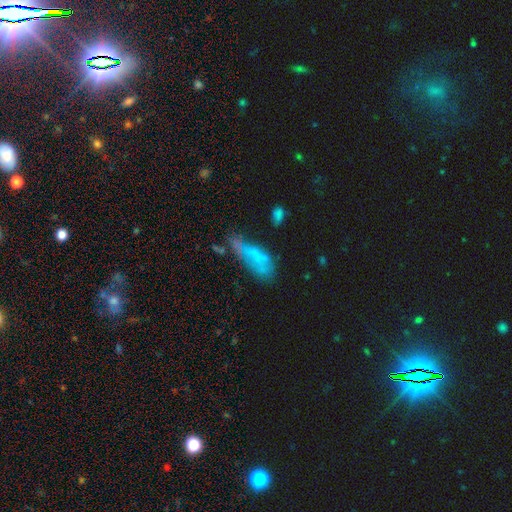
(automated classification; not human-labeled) smooth 47%, featured or disk 37%, star or artifact 16%. Down the decision tree: merging — none (29%, tied with major disturbance).